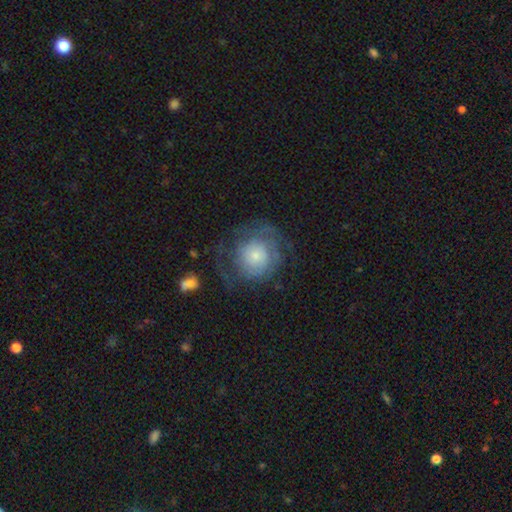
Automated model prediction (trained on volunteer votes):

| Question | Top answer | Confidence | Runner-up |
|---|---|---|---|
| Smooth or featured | featured or disk | 53% | smooth (40%) |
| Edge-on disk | no | 97% | yes (3%) |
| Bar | no | 82% | weak (15%) |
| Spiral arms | yes | 75% | no (25%) |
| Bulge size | small | 50% | moderate (32%) |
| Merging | none | 57% | major disturbance (22%) |